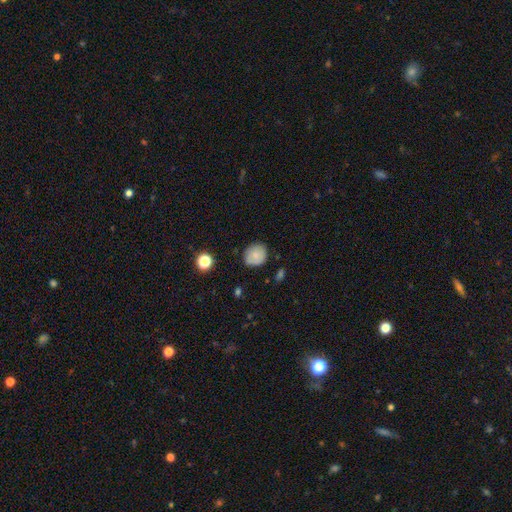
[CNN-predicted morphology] type=smooth (80%); roundness=round (84%); merging=none (78%).